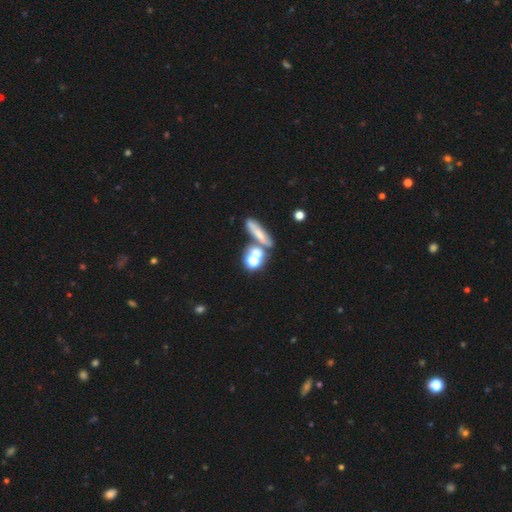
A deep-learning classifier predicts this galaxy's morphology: Overall: smooth (47%; star or artifact 29%). Merging: none (56%; merger 27%).